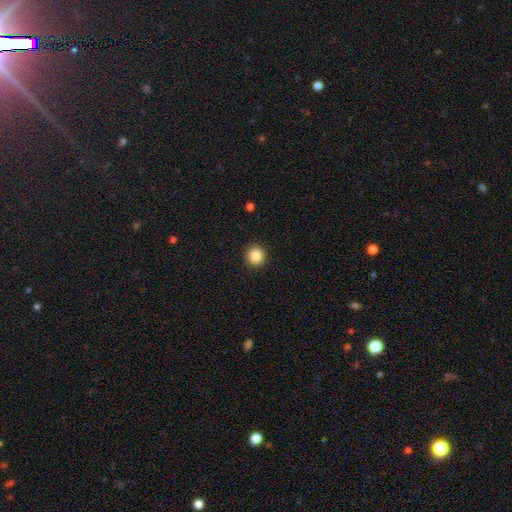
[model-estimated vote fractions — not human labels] The model was most divided on "smooth or featured": smooth: 86%, star or artifact: 10%, featured or disk: 4%. More confident: how rounded — round (93%); merging — none (93%).